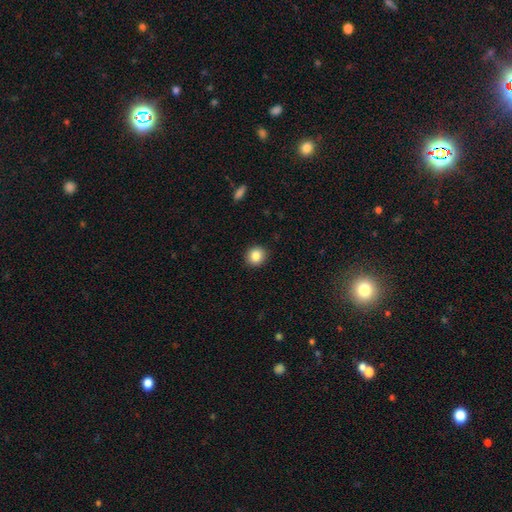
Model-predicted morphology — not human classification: This is clearly a smooth galaxy (85%). How rounded: clearly round (86%). Merging: clearly none (92%).